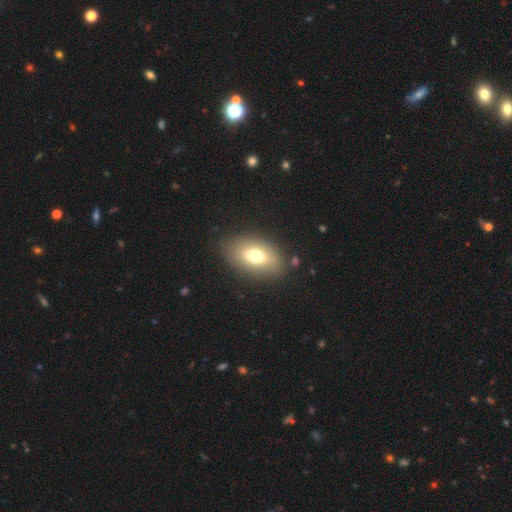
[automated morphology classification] smooth 73%, featured or disk 17%, star or artifact 10%. Down the decision tree: how rounded — in between (88%); merging — none (82%).